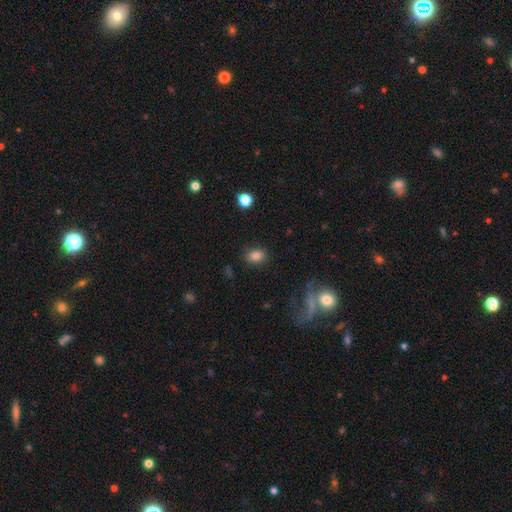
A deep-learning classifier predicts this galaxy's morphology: smooth 83%, star or artifact 11%, featured or disk 6%. Down the decision tree: how rounded — in between (67%); merging — none (84%).